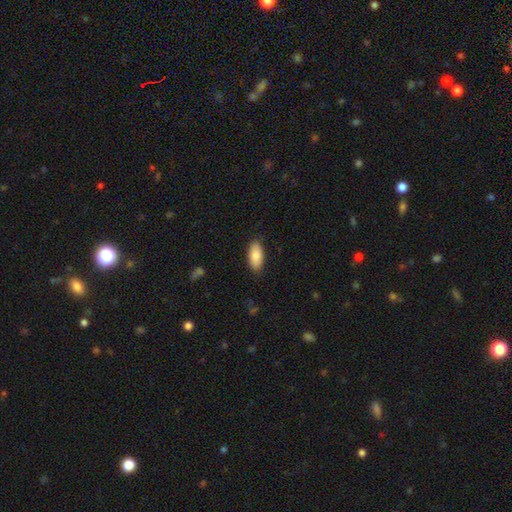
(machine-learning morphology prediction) Q: Smooth or featured?
A: smooth (85%); runner-up: featured or disk (9%)
Q: How rounded?
A: in between (91%); runner-up: cigar-shaped (7%)
Q: Merging?
A: none (86%); runner-up: minor disturbance (11%)